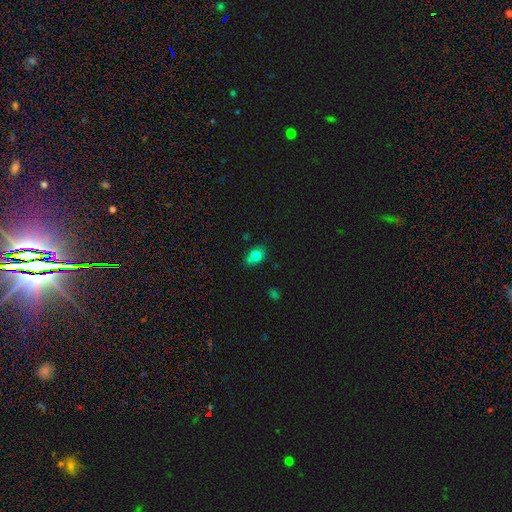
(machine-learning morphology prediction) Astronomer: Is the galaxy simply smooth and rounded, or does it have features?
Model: smooth — 78%.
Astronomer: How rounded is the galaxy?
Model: in between — 69%.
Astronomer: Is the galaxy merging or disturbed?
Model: none — 67%.